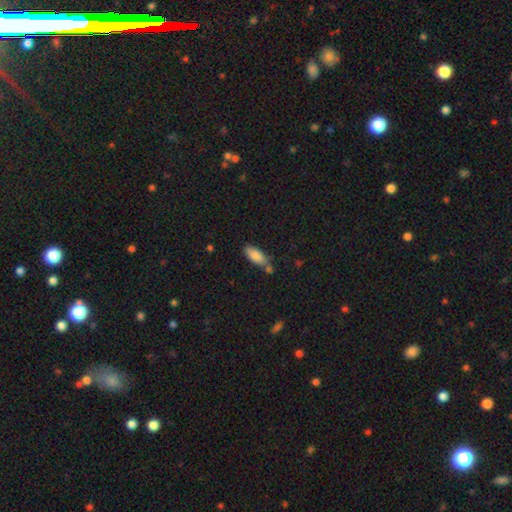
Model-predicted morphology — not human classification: type=smooth (85%); roundness=in between (76%); merging=none (61%).